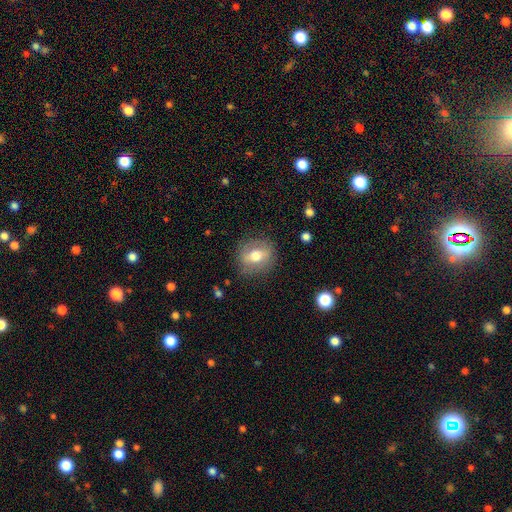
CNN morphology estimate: Overall: smooth (54%; featured or disk 38%). How rounded: round (68%; in between 30%). Merging: none (81%).